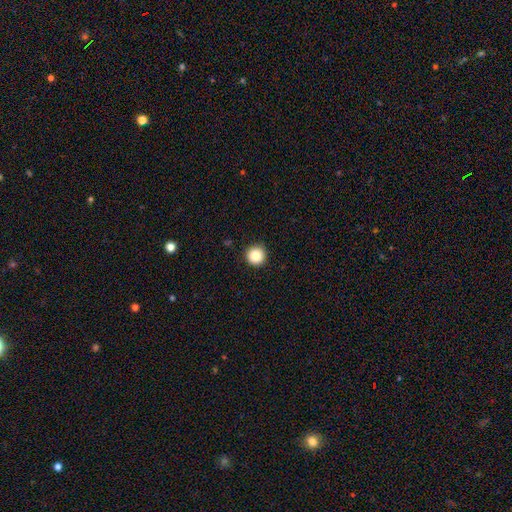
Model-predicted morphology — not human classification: Smooth or featured?
  - smooth: 86% *
  - star or artifact: 10%
  - featured or disk: 4%
How rounded?
  - round: 96% *
  - in between: 3%
  - cigar-shaped: 1%
Merging?
  - none: 91% *
  - minor disturbance: 6%
  - major disturbance: 2%
  - merger: 1%